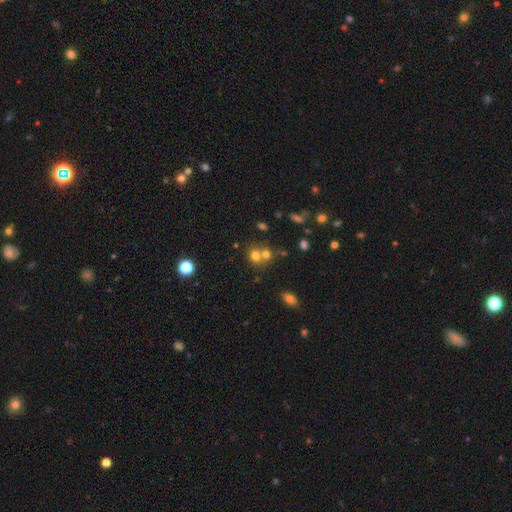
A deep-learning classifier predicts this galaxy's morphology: Overall: smooth (70%). How rounded: round (73%). Merging: merger (50%; none 39%).